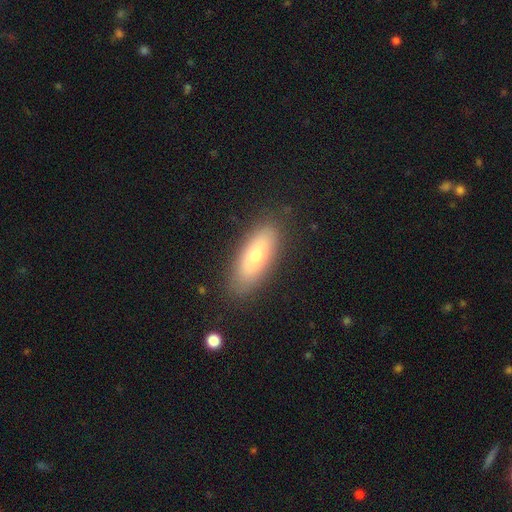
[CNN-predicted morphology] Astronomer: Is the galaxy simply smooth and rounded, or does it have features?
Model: smooth — 68%.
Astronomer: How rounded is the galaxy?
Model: in between — 71%.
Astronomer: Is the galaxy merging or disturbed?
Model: none — 85%.